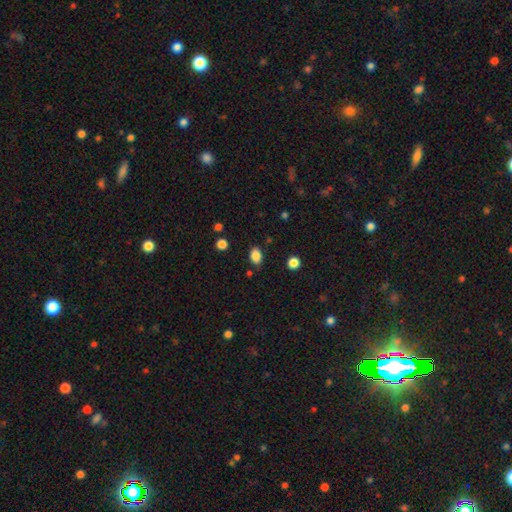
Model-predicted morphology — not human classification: A smooth galaxy with no disk features (86%) that is in between round and cigar-shaped (82%). Merging: none (82%).